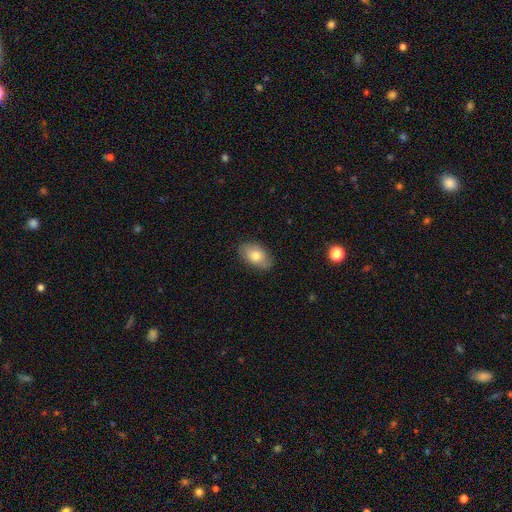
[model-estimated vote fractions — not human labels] The model was most divided on "smooth or featured": smooth: 74%, featured or disk: 19%, star or artifact: 7%. More confident: how rounded — in between (91%); merging — none (84%).